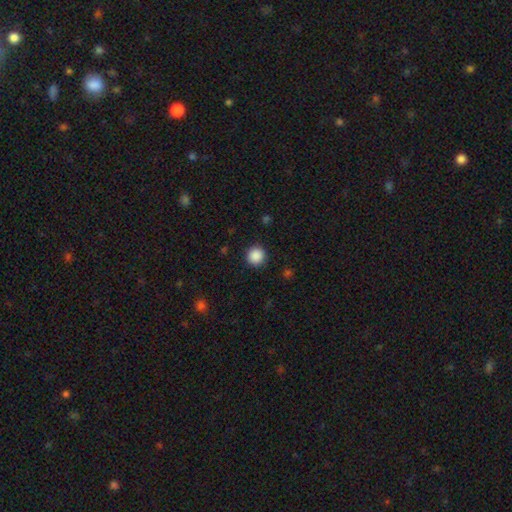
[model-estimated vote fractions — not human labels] Q: Smooth or featured?
A: smooth (88%); runner-up: star or artifact (10%)
Q: How rounded?
A: round (95%); runner-up: in between (4%)
Q: Merging?
A: none (91%); runner-up: minor disturbance (6%)